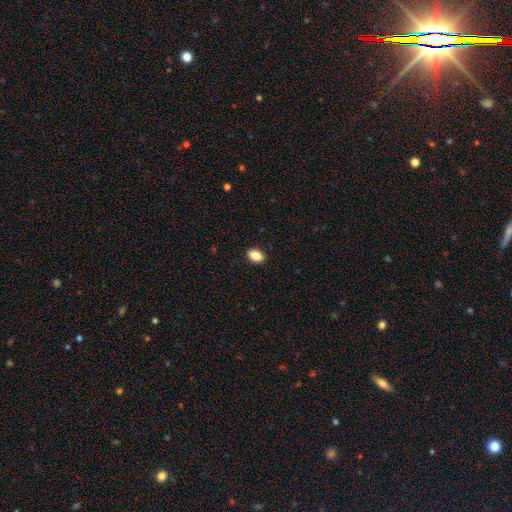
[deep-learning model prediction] smooth-or-featured: smooth: 85% | star or artifact: 8% | featured or disk: 6%
  how-rounded: in between: 86% | round: 12% | cigar-shaped: 2%
  merging: none: 90% | minor disturbance: 8% | major disturbance: 2% | merger: 1%